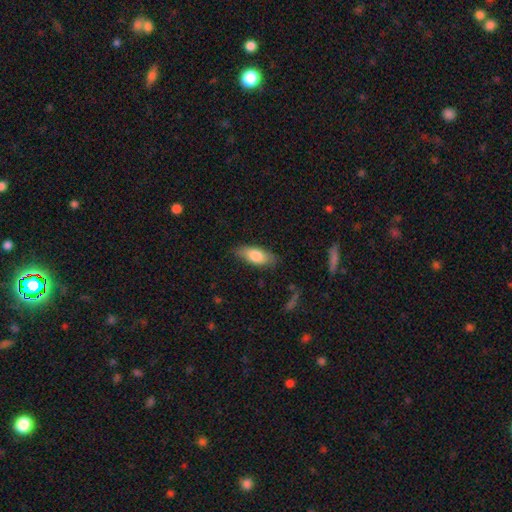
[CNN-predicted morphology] This appears to be a smooth galaxy with no disk features (79%) that is in between round and cigar-shaped (79%). Merging: none (80%).